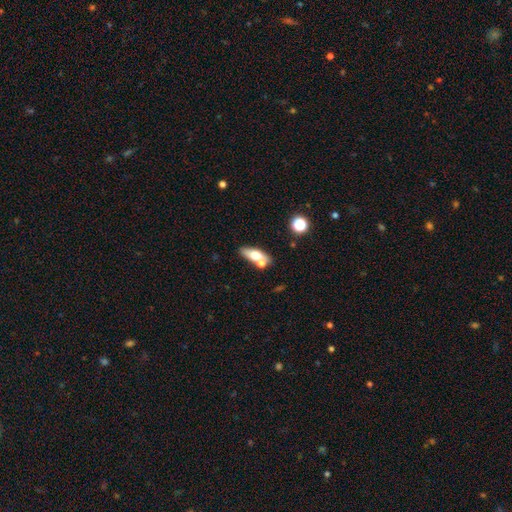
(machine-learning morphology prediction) type=smooth (61%); roundness=in between (68%); merging=none (60%).